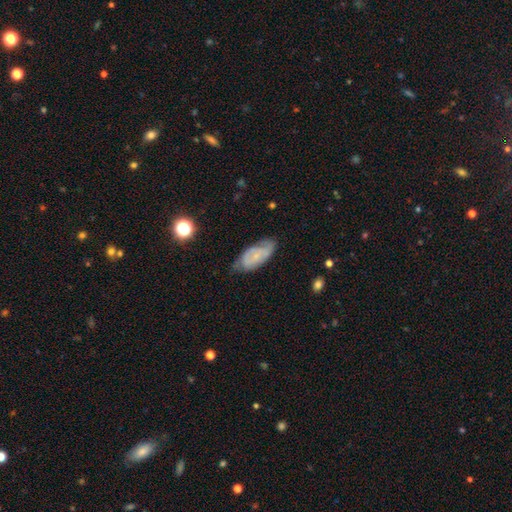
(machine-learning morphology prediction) A featured or disk galaxy (55%) with no bar (64%), spiral arms (75%) and a small central bulge (69%). Merging: none (61%).